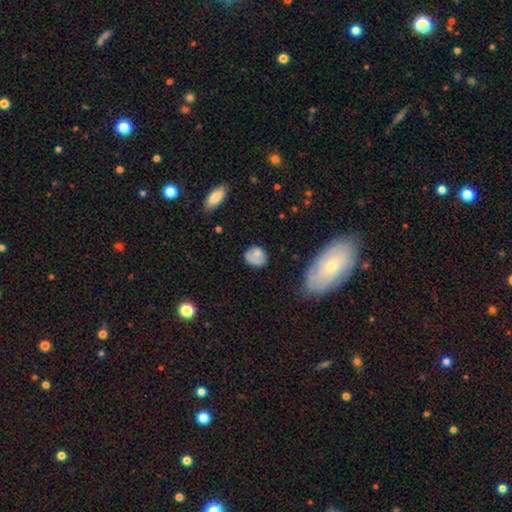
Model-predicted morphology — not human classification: smooth-or-featured: smooth: 70% | featured or disk: 23% | star or artifact: 8%
  how-rounded: round: 55% | in between: 44% | cigar-shaped: 1%
  merging: none: 58% | minor disturbance: 27% | major disturbance: 11% | merger: 4%